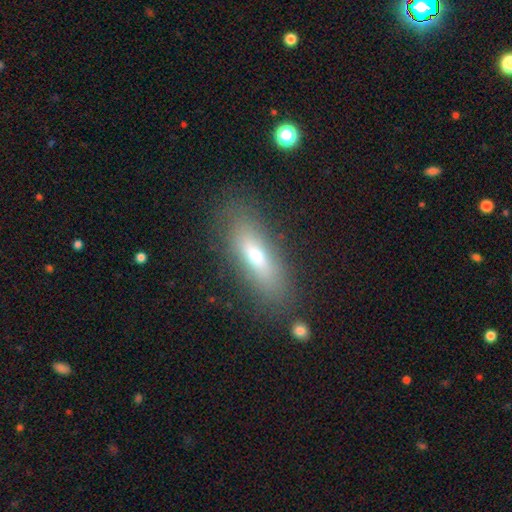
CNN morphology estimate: Smooth or featured? smooth (56%)
How rounded? cigar-shaped (52%)
Merging? none (83%)